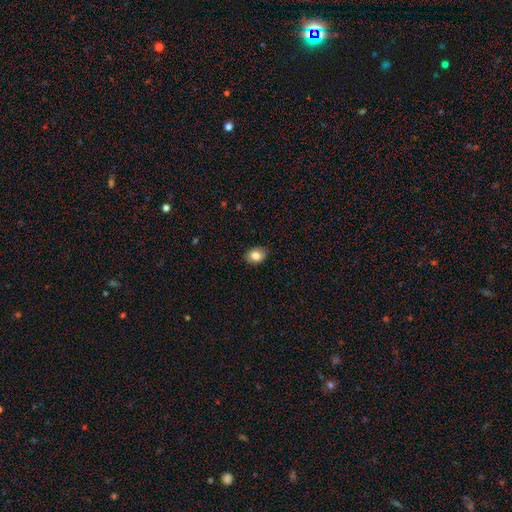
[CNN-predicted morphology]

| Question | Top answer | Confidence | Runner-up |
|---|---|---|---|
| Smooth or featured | smooth | 84% | star or artifact (9%) |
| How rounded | in between | 68% | round (31%) |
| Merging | none | 87% | minor disturbance (10%) |